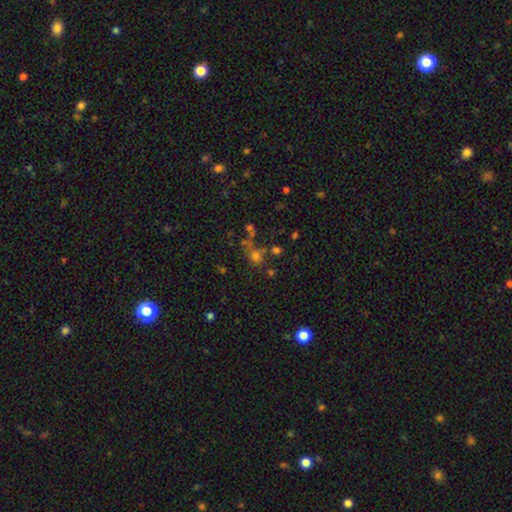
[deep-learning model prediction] A smooth galaxy with no disk features (53%) that is round (83%).

Vote fractions:
- Smooth or featured? smooth: 53% / star or artifact: 34% / featured or disk: 13%
- How rounded? round: 83% / in between: 16% / cigar-shaped: 1%
- Merging? none: 57% / merger: 24% / minor disturbance: 11% / major disturbance: 8%